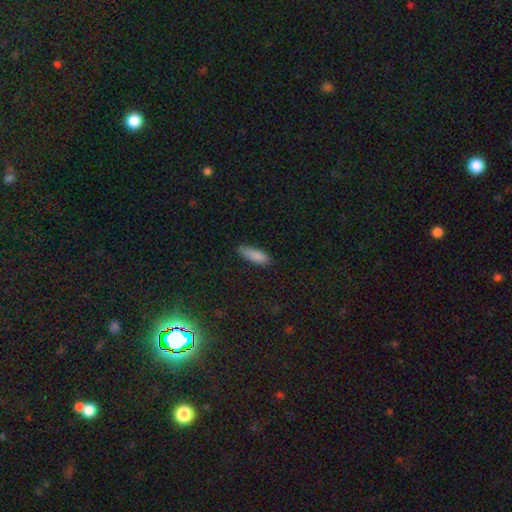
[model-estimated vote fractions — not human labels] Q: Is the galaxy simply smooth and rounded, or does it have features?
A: smooth — 85%.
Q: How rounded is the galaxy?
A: in between — 57%.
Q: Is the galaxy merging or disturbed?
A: none — 75%.